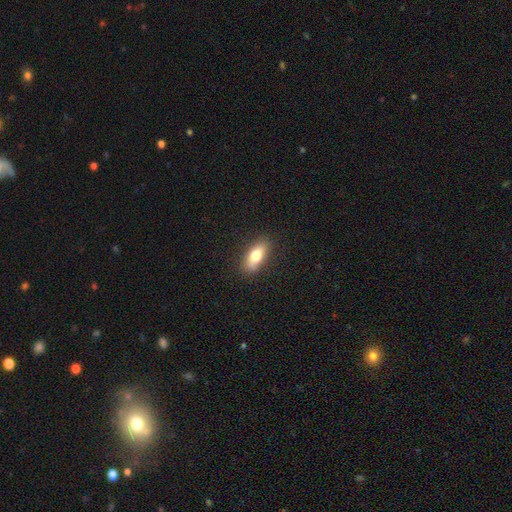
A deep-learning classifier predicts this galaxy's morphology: The model was most divided on "how rounded": in between: 77%, cigar-shaped: 20%, round: 3%. More confident: merging — none (85%); smooth or featured — smooth (77%).